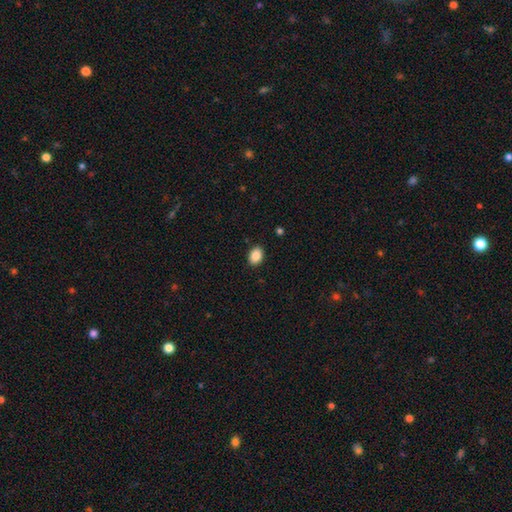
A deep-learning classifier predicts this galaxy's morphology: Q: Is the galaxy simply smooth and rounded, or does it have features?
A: smooth — 89%.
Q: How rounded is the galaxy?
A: in between — 79%.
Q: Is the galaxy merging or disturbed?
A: none — 89%.